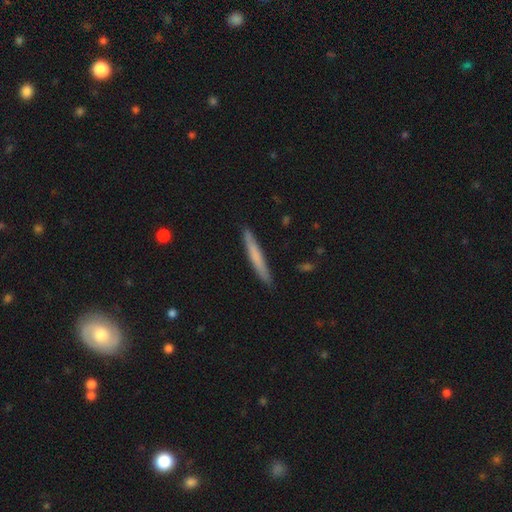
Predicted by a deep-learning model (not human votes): Smooth or featured?
  - smooth: 66% *
  - featured or disk: 28%
  - star or artifact: 6%
How rounded?
  - cigar-shaped: 96% *
  - in between: 3%
  - round: 1%
Merging?
  - none: 90% *
  - minor disturbance: 8%
  - major disturbance: 1%
  - merger: 1%